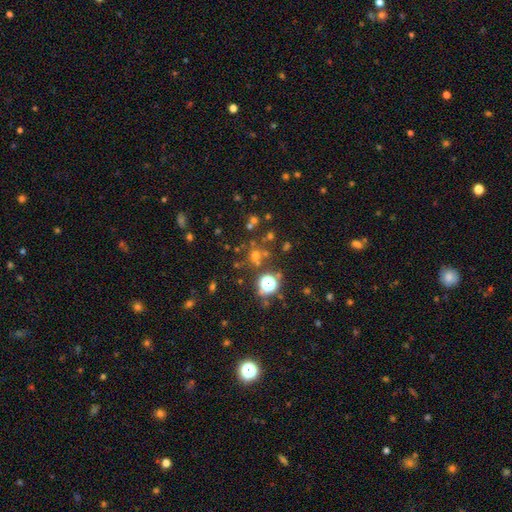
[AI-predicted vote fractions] Smooth or featured?
  - smooth: 48% *
  - star or artifact: 41%
  - featured or disk: 11%
Merging?
  - none: 67% *
  - merger: 17%
  - minor disturbance: 10%
  - major disturbance: 6%